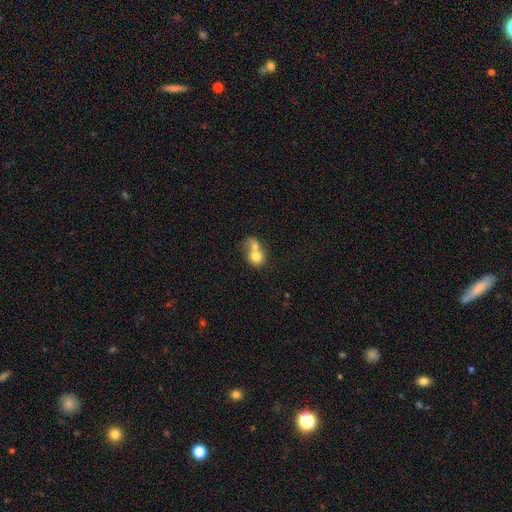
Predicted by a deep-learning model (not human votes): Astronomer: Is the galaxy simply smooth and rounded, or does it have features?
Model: smooth — 71%.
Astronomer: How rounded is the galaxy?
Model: round — 66%.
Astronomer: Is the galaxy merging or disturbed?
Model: merger — 71%.